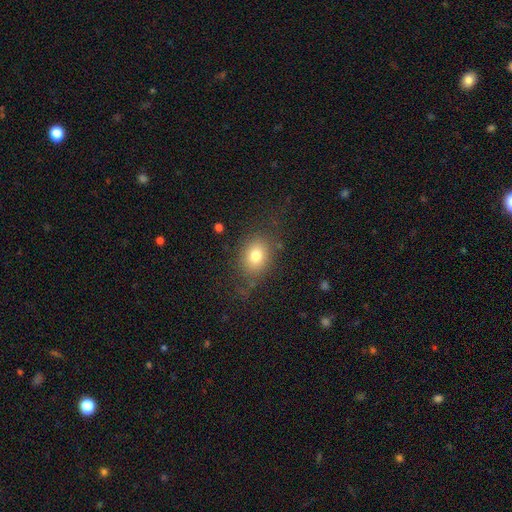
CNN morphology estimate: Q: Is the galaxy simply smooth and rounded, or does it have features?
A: smooth — 77%.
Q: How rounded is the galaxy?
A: in between — 55%.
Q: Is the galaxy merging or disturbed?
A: none — 73%.